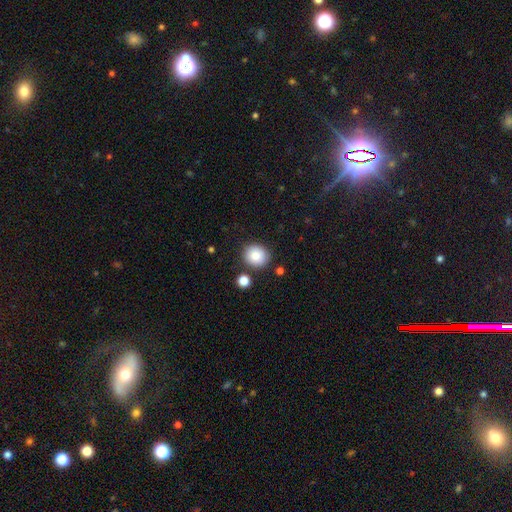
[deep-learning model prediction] Smooth or featured: smooth — 84% (star or artifact — 9%)
How rounded: round — 88% (in between — 11%)
Merging: none — 84% (minor disturbance — 9%)